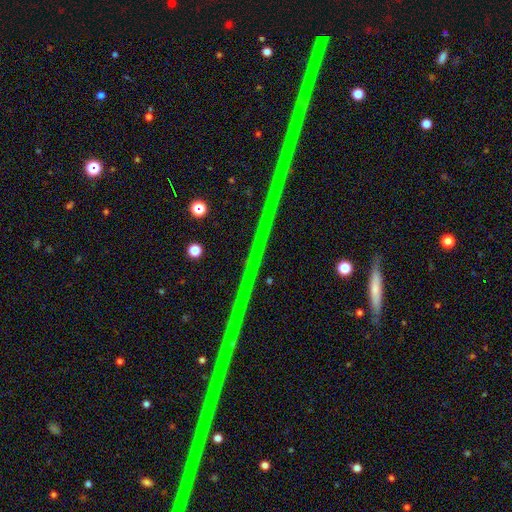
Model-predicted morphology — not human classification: smooth-or-featured: star or artifact: 87% | featured or disk: 7% | smooth: 5%